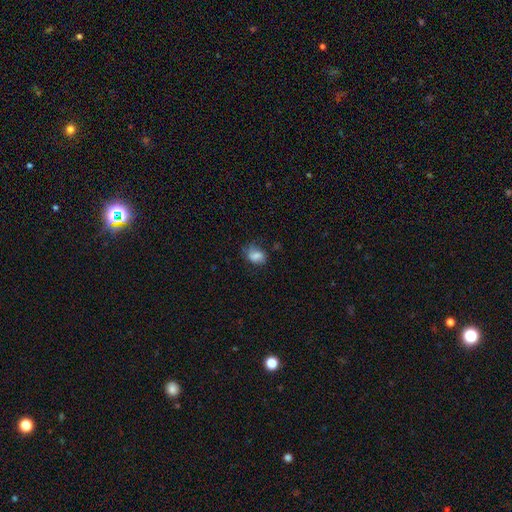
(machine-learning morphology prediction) smooth-or-featured: smooth: 69% | featured or disk: 21% | star or artifact: 10%
  how-rounded: in between: 68% | round: 31% | cigar-shaped: 1%
  merging: none: 50% | minor disturbance: 31% | major disturbance: 17% | merger: 3%